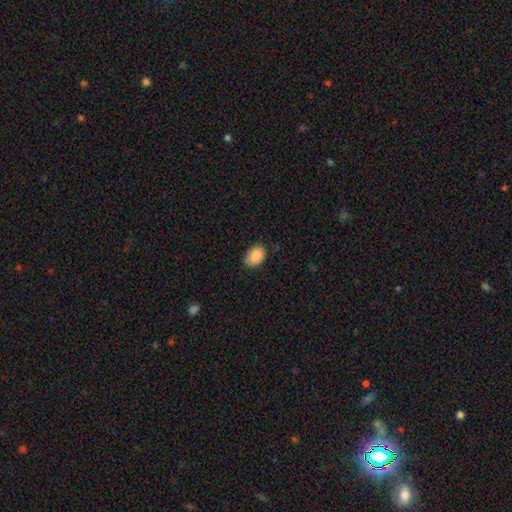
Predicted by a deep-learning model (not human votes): smooth 88%, star or artifact 7%, featured or disk 4%. Down the decision tree: how rounded — in between (74%); merging — none (78%).